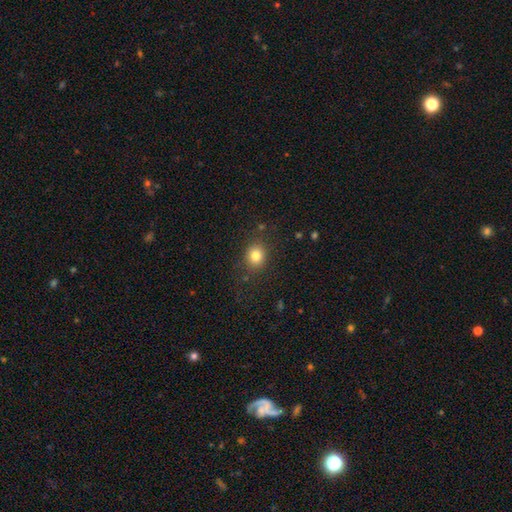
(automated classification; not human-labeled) Smooth or featured: smooth — 80% (star or artifact — 12%)
How rounded: round — 73% (in between — 26%)
Merging: none — 84% (minor disturbance — 10%)